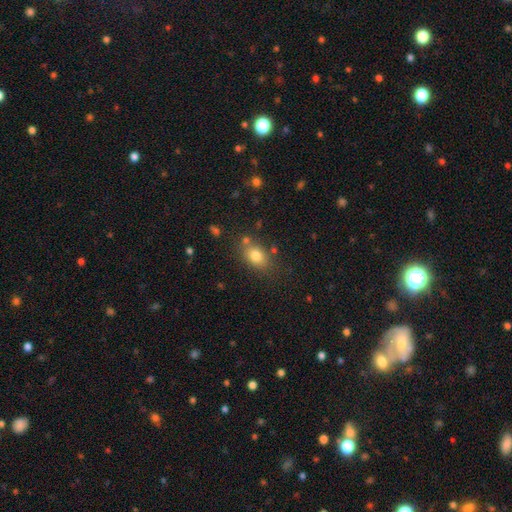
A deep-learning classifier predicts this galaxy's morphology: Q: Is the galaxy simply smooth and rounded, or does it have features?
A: smooth — 79%.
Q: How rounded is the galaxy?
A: in between — 70%.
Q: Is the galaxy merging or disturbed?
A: none — 72%.